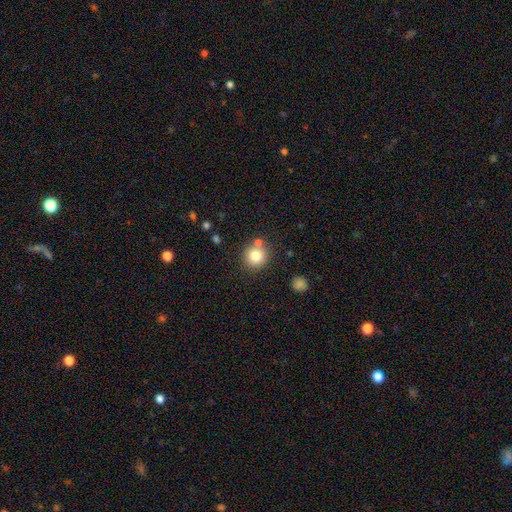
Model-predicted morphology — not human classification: Smooth or featured: smooth — 81% (star or artifact — 11%)
How rounded: round — 92% (in between — 7%)
Merging: none — 75% (merger — 14%)